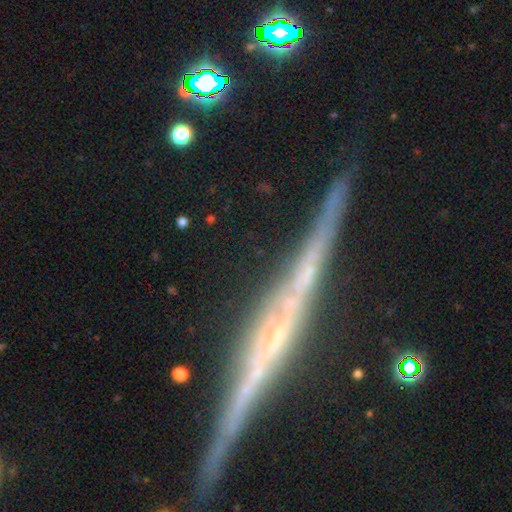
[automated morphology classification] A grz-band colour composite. It shows a featured or disk galaxy (70%) viewed edge-on (94%) with no central bulge (55%). Merging: none (84%).